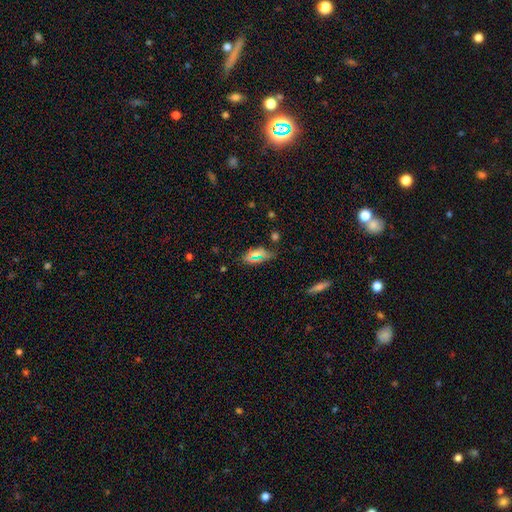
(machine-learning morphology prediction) Q: Smooth or featured?
A: smooth (63%); runner-up: star or artifact (24%)
Q: How rounded?
A: in between (84%); runner-up: cigar-shaped (9%)
Q: Merging?
A: none (72%); runner-up: minor disturbance (19%)